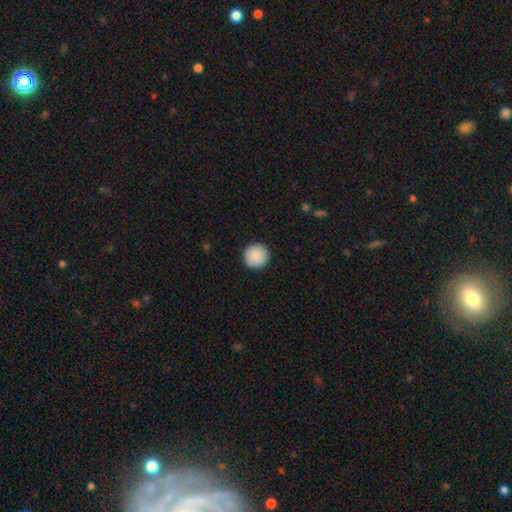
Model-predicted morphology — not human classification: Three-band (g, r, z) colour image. It shows a smooth galaxy with no disk features (89%) that is round (95%). Merging: none (92%).